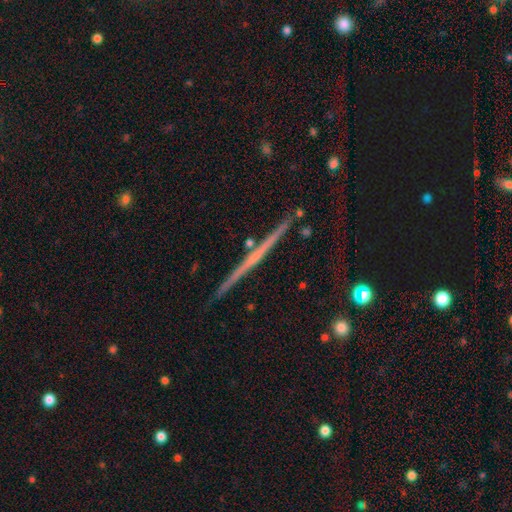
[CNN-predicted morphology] A featured or disk galaxy (71%) viewed edge-on (98%) with no central bulge (77%).

Vote fractions:
- Smooth or featured? featured or disk: 71% / smooth: 21% / star or artifact: 7%
- Edge-on disk? yes: 98% / no: 2%
- Edge-on bulge? none: 77% / rounded: 18% / boxy: 5%
- Merging? none: 89% / minor disturbance: 7% / merger: 2% / major disturbance: 2%